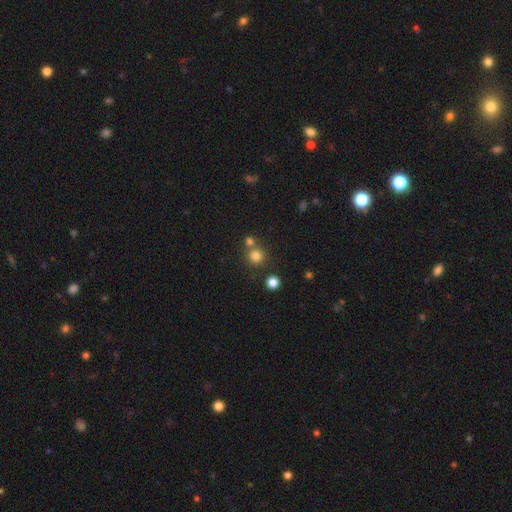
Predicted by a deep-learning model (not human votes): The model was most divided on "merging": none: 71%, merger: 19%, minor disturbance: 7%, major disturbance: 3%. More confident: how rounded — round (93%); smooth or featured — smooth (79%).